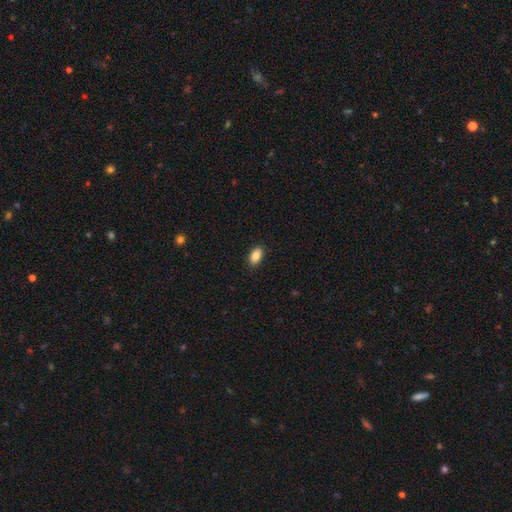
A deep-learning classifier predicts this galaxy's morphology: Smooth or featured? Predicted: smooth (p=0.88). How rounded? Predicted: in between (p=0.92). Merging? Predicted: none (p=0.88).